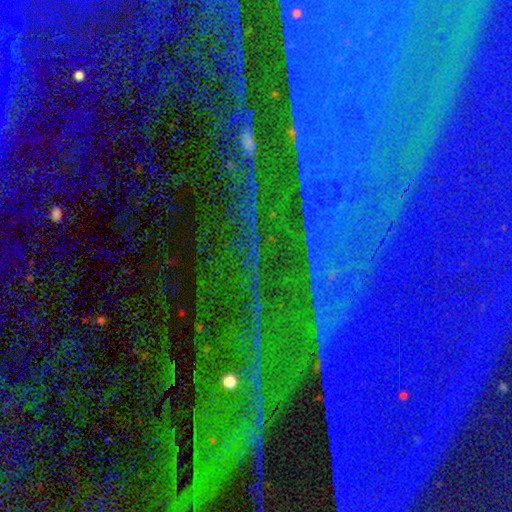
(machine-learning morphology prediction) Smooth or featured?
  - star or artifact: 88% *
  - featured or disk: 7%
  - smooth: 5%